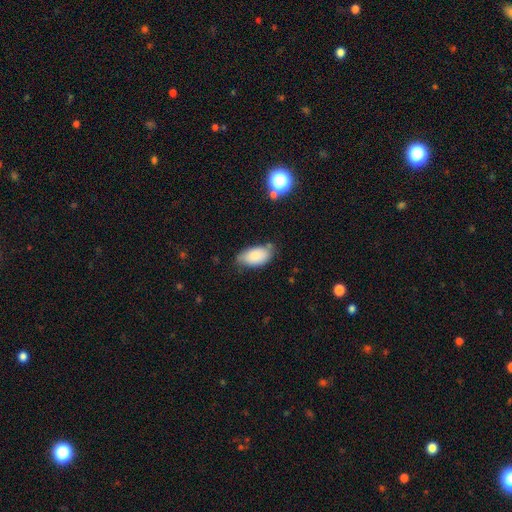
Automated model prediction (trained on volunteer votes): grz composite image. It shows a smooth galaxy with no disk features (83%) that is in between round and cigar-shaped (94%). Merging: none (65%).